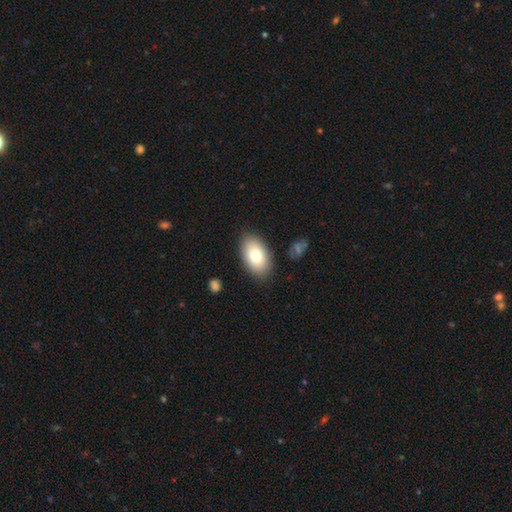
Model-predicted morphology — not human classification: This is likely a smooth galaxy (77%). How rounded: clearly in between (92%). Merging: clearly none (85%).